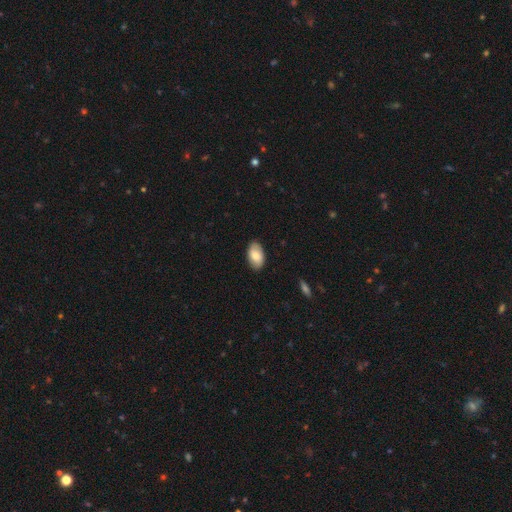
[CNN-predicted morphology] The model was most divided on "smooth or featured": smooth: 79%, featured or disk: 15%, star or artifact: 6%. More confident: how rounded — in between (94%); merging — none (86%).